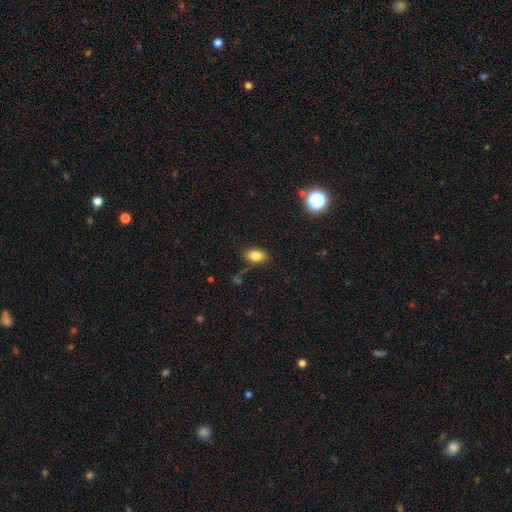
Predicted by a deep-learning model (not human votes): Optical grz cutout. It shows a smooth galaxy with no disk features (83%) that is in between round and cigar-shaped (88%). Merging: none (79%).